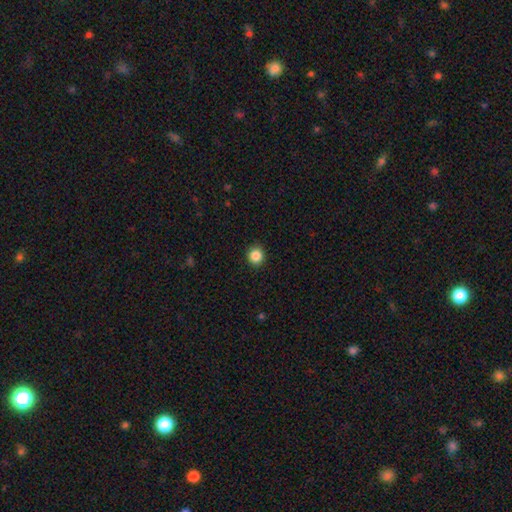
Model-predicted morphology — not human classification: smooth-or-featured: smooth: 86% | star or artifact: 10% | featured or disk: 3%
  how-rounded: round: 90% | in between: 9% | cigar-shaped: 1%
  merging: none: 92% | minor disturbance: 6% | major disturbance: 2% | merger: 1%